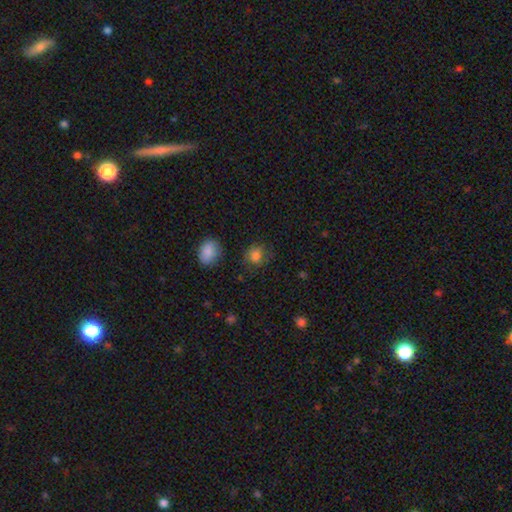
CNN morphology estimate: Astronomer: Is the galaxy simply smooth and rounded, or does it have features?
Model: smooth — 82%.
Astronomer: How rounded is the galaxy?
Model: round — 72%.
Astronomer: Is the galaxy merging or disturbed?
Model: none — 74%.